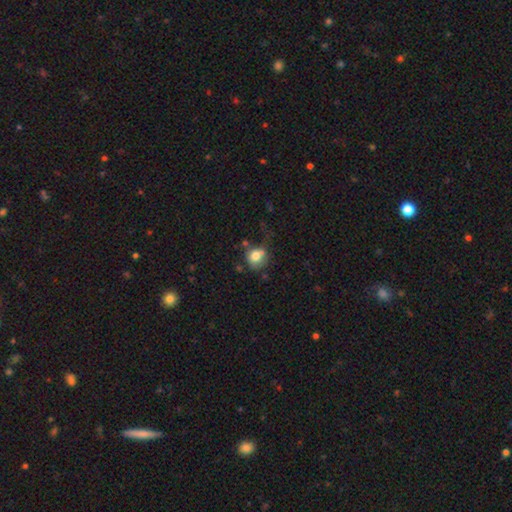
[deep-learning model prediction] This is likely a smooth galaxy (77%). How rounded: likely round (68%). Merging: possibly none (46%).